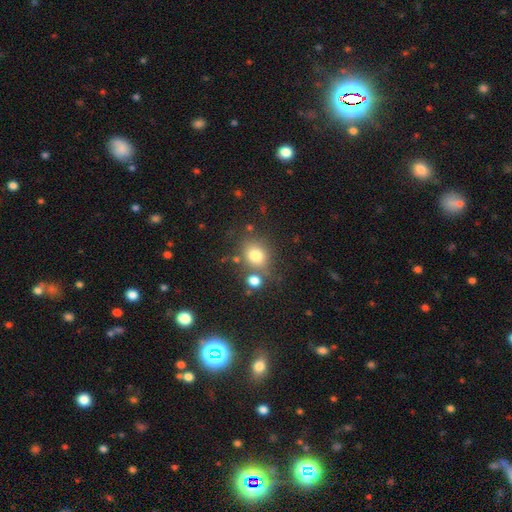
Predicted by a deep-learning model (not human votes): The model was most divided on "how rounded": round: 65%, in between: 34%, cigar-shaped: 1%. More confident: smooth or featured — smooth (77%); merging — none (65%).